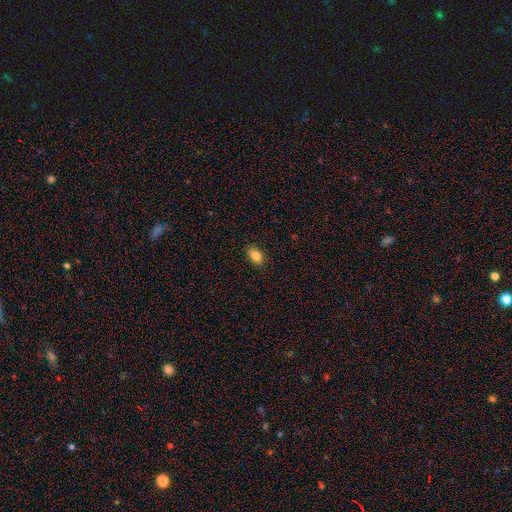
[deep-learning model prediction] A smooth galaxy with no disk features (86%) that is in between round and cigar-shaped (87%). Merging: none (87%).